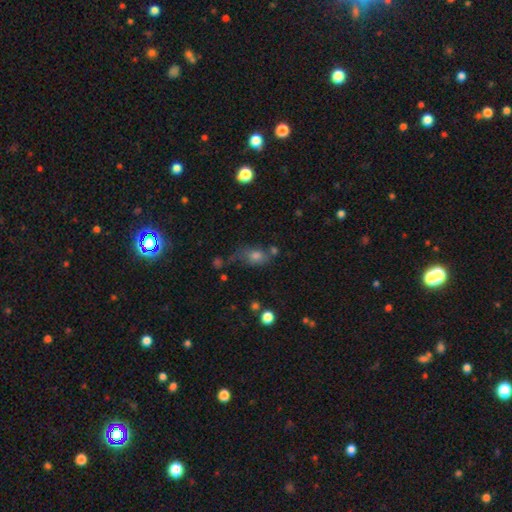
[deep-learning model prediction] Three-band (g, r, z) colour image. It shows a smooth galaxy with no disk features (68%) that is in between round and cigar-shaped (67%). Merging: none (48%).